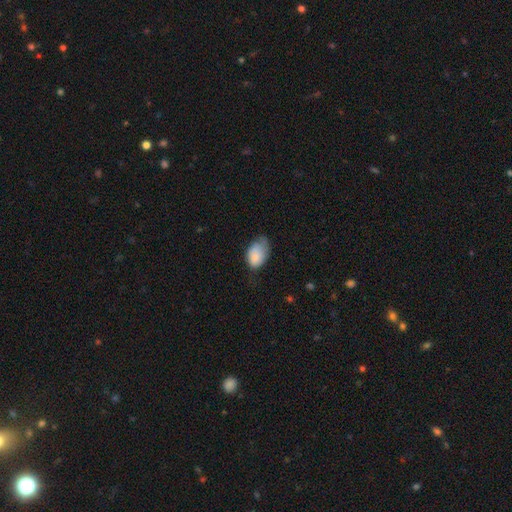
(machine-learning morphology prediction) This is clearly a smooth galaxy (82%). How rounded: clearly in between (88%). Merging: possibly minor disturbance (45%).